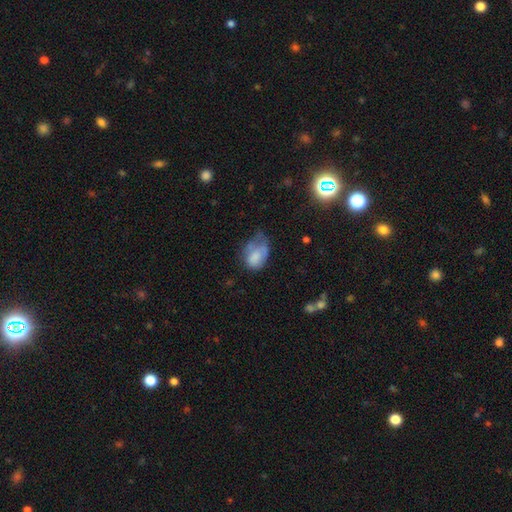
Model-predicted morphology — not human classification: A smooth galaxy with no disk features (69%) that is in between round and cigar-shaped (77%).

Vote fractions:
- Smooth or featured? smooth: 69% / featured or disk: 22% / star or artifact: 9%
- How rounded? in between: 77% / round: 21% / cigar-shaped: 1%
- Merging? minor disturbance: 37% / major disturbance: 34% / none: 25% / merger: 5%